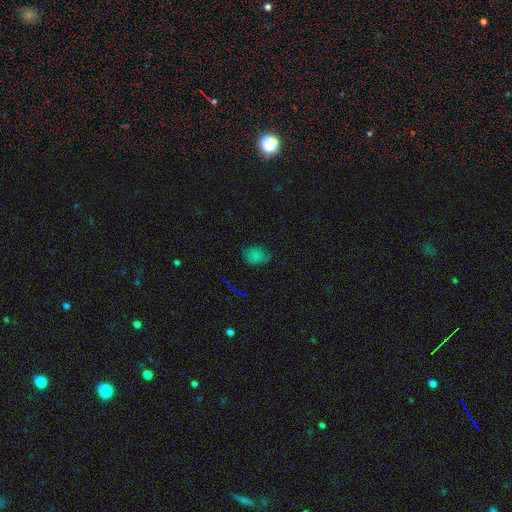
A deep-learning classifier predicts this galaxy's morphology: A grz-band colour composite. It shows a smooth galaxy with no disk features (63%) that is in between round and cigar-shaped (76%). Merging: none (64%).